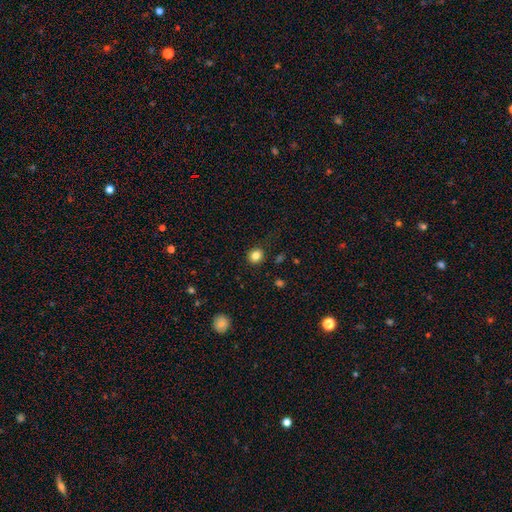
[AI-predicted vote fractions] A smooth galaxy with no disk features (84%) that is round (86%). Merging: none (88%).